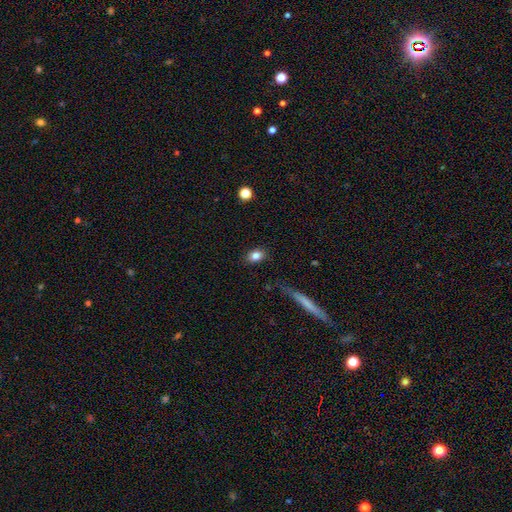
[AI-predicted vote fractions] Smooth or featured: smooth — 84% (star or artifact — 9%)
How rounded: in between — 67% (round — 31%)
Merging: none — 85% (minor disturbance — 10%)